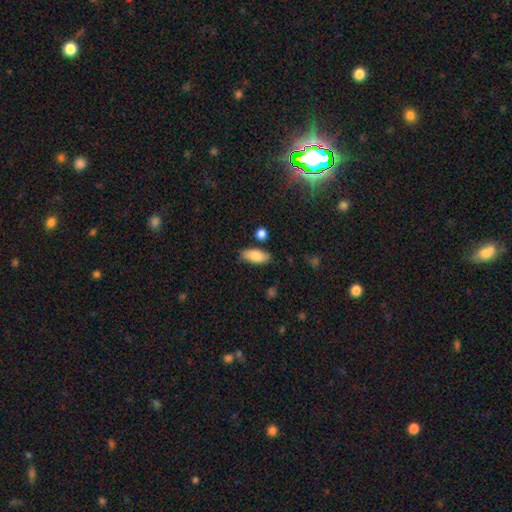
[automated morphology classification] This is clearly a smooth galaxy (84%). How rounded: clearly in between (85%). Merging: likely none (79%).